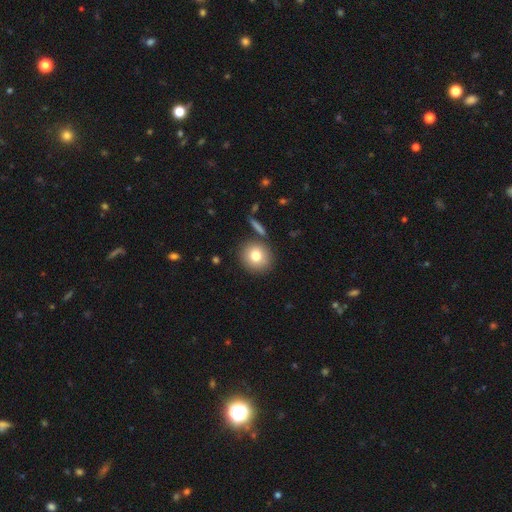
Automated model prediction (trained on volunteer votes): Smooth or featured? smooth (78%)
How rounded? round (89%)
Merging? none (80%)